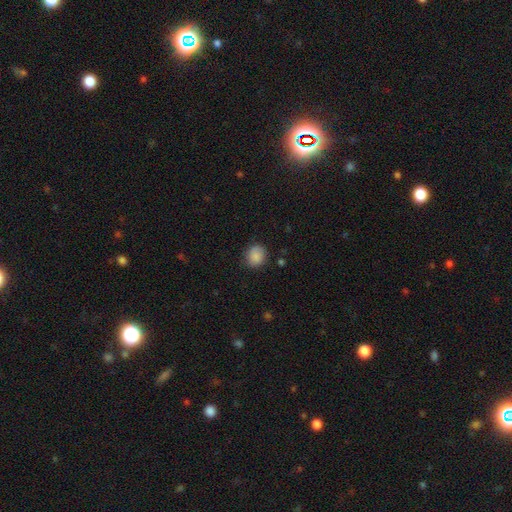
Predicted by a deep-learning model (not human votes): The model was most divided on "how rounded": round: 76%, in between: 23%, cigar-shaped: 1%. More confident: smooth or featured — smooth (86%); merging — none (82%).